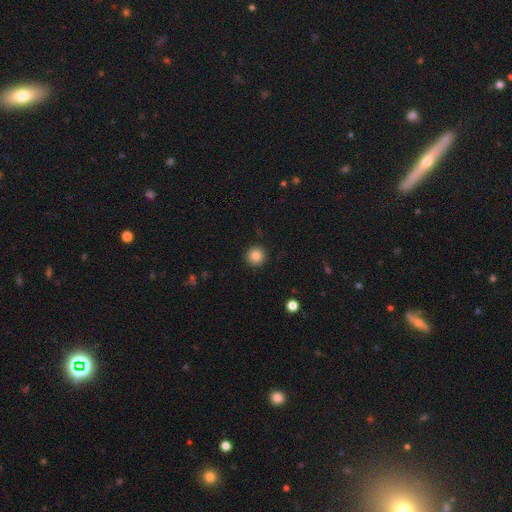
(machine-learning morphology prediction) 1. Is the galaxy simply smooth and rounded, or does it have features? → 83% smooth, 11% star or artifact, 6% featured or disk.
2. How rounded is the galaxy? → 96% round, 3% in between, 1% cigar-shaped.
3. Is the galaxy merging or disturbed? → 92% none, 5% minor disturbance, 2% major disturbance, 1% merger.